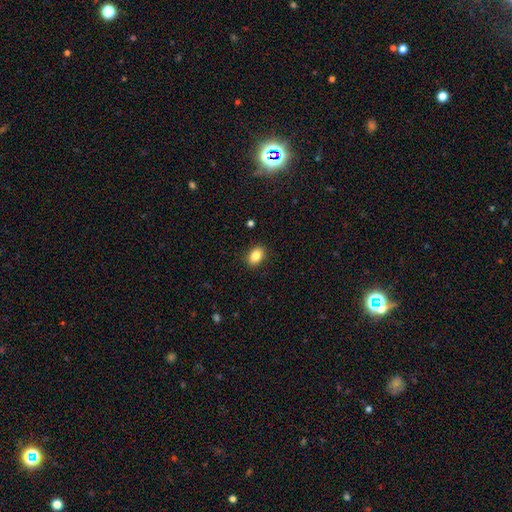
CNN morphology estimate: A smooth galaxy with no disk features (85%) that is in between round and cigar-shaped (82%). Merging: none (89%).